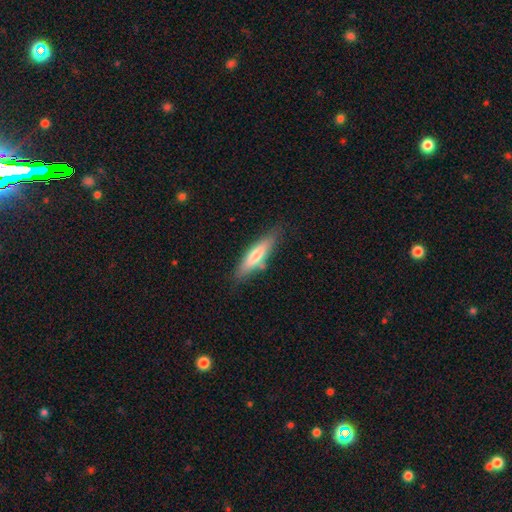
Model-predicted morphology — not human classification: smooth_or_featured: smooth (p=0.64) [alt: featured or disk p=0.30]
how_rounded: cigar-shaped (p=0.74) [alt: in between p=0.24]
merging: none (p=0.80) [alt: minor disturbance p=0.14]